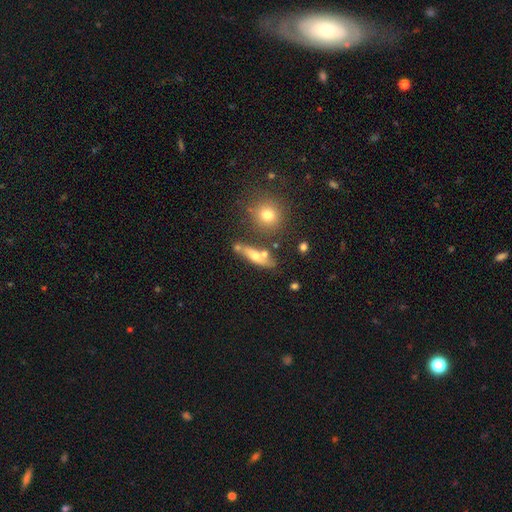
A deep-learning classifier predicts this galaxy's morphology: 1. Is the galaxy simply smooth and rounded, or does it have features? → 45% smooth, 43% featured or disk, 11% star or artifact.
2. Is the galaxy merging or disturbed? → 63% none, 16% minor disturbance, 15% merger, 6% major disturbance.